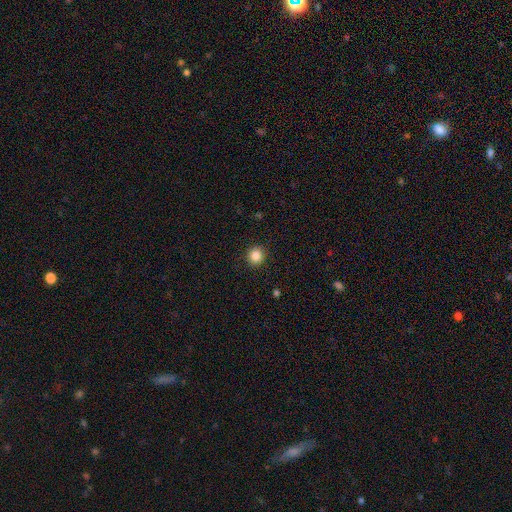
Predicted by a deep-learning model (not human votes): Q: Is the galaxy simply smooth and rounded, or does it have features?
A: smooth — 86%.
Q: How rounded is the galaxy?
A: round — 92%.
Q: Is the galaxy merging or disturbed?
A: none — 92%.